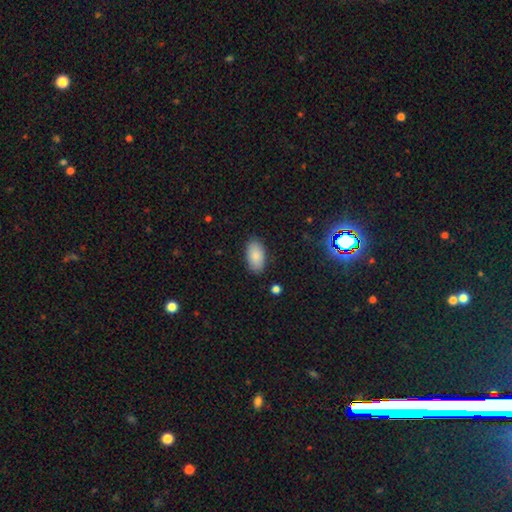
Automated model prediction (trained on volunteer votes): Q: Smooth or featured?
A: smooth (86%); runner-up: star or artifact (7%)
Q: How rounded?
A: in between (95%); runner-up: round (3%)
Q: Merging?
A: none (86%); runner-up: minor disturbance (10%)